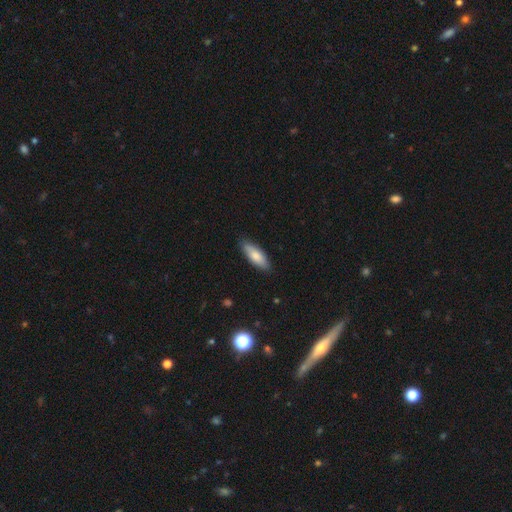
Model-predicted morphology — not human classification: type=smooth (79%); roundness=in between (62%); merging=none (86%).